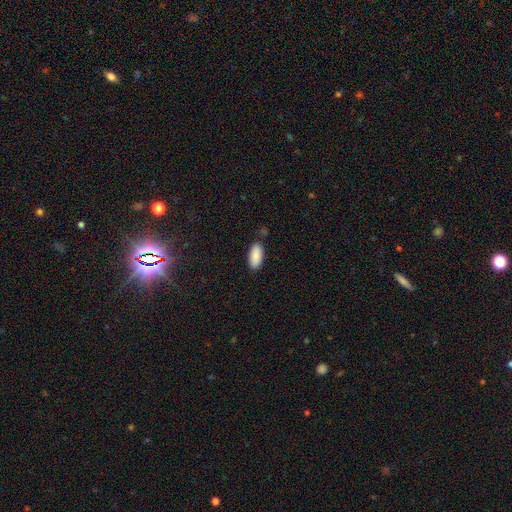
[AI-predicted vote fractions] This is clearly a smooth galaxy (88%). How rounded: clearly in between (89%). Merging: clearly none (84%).